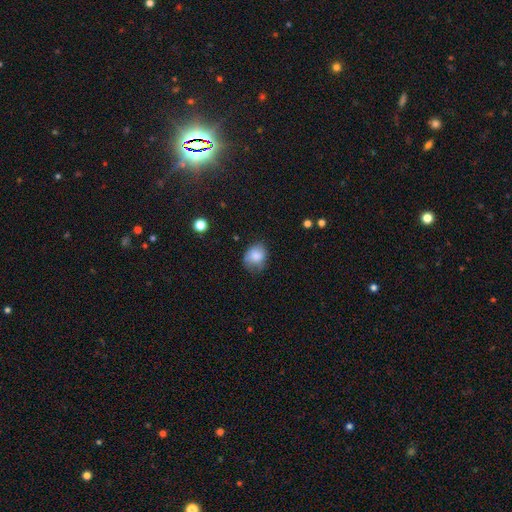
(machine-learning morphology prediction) Overall: smooth (80%). How rounded: round (50%, tied with in between). Merging: none (60%; minor disturbance 30%).